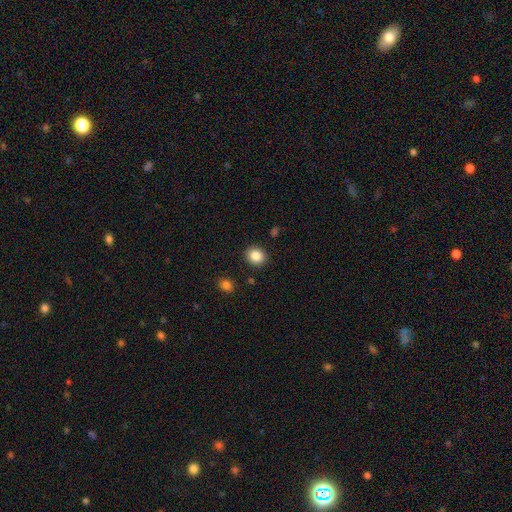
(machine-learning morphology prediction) smooth-or-featured: smooth: 86% | star or artifact: 9% | featured or disk: 5%
  how-rounded: round: 78% | in between: 21% | cigar-shaped: 1%
  merging: none: 90% | minor disturbance: 6% | major disturbance: 2% | merger: 2%